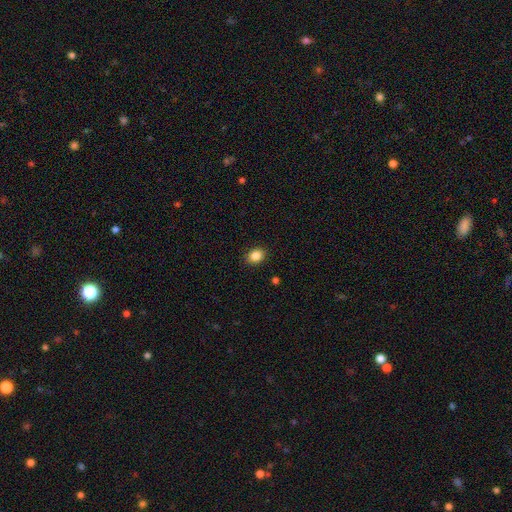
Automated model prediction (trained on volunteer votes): A smooth galaxy with no disk features (86%) that is in between round and cigar-shaped (52%). Merging: none (89%).